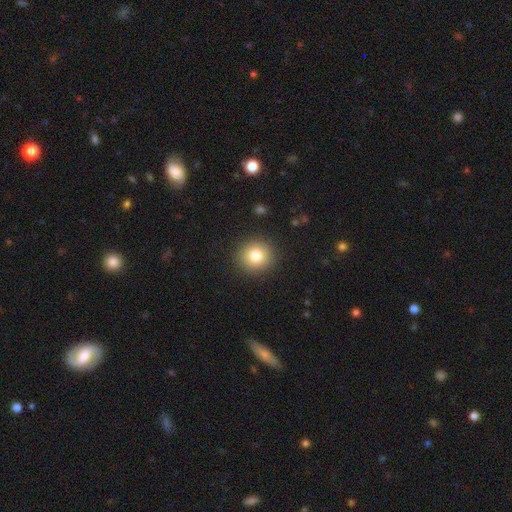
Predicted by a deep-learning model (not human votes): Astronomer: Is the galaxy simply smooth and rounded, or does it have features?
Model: smooth — 81%.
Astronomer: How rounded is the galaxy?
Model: round — 91%.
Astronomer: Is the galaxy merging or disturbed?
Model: none — 91%.